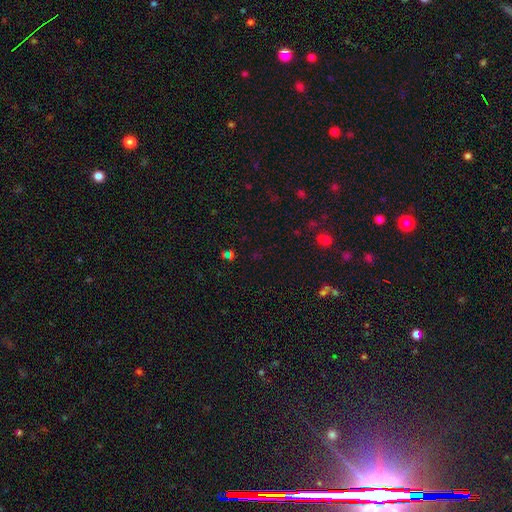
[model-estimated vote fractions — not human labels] Smooth or featured: star or artifact — 58% (smooth — 32%)